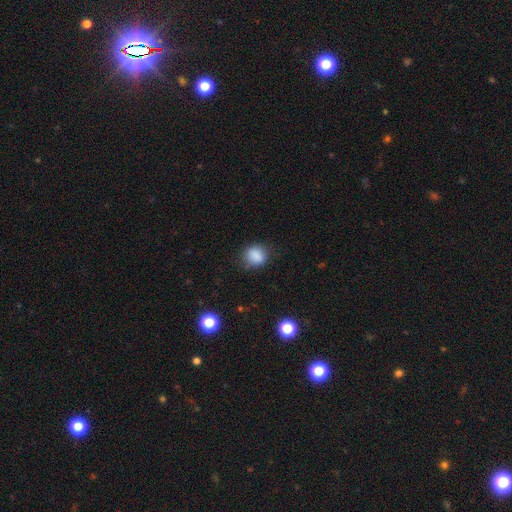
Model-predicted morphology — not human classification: smooth 85%, star or artifact 10%, featured or disk 5%. Down the decision tree: how rounded — round (66%); merging — none (73%).